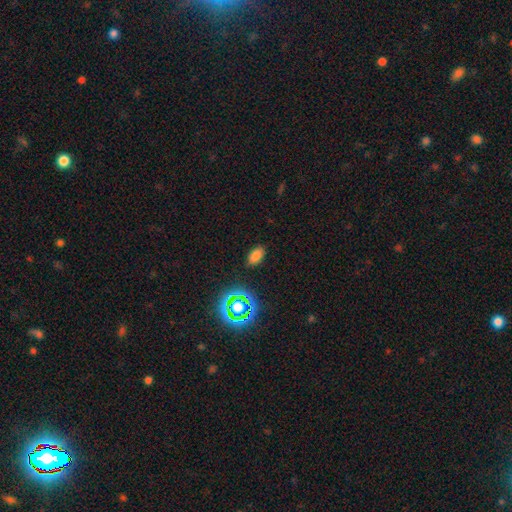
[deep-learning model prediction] Q: Smooth or featured?
A: smooth (75%); runner-up: star or artifact (19%)
Q: How rounded?
A: in between (90%); runner-up: round (7%)
Q: Merging?
A: none (87%); runner-up: minor disturbance (9%)